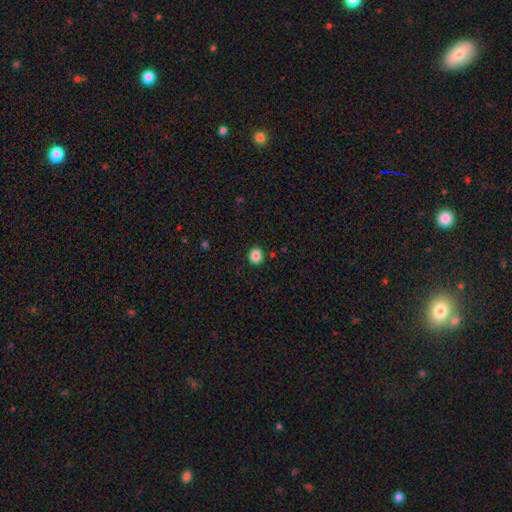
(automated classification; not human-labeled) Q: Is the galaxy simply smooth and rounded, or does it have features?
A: smooth — 87%.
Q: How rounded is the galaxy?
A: round — 66%.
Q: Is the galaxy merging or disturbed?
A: none — 90%.